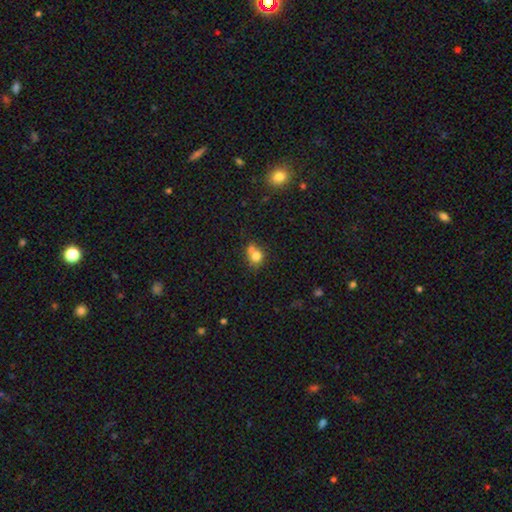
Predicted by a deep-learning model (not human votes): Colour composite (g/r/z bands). It shows a smooth galaxy with no disk features (75%) that is round (71%). Merging: merger (44%).